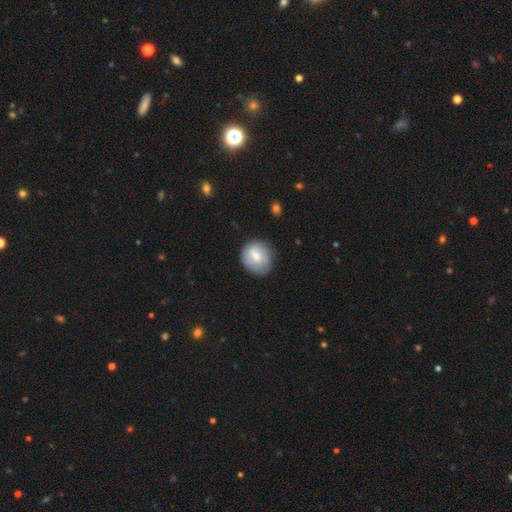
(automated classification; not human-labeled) Smooth or featured? smooth (69%)
How rounded? round (73%)
Merging? none (74%)